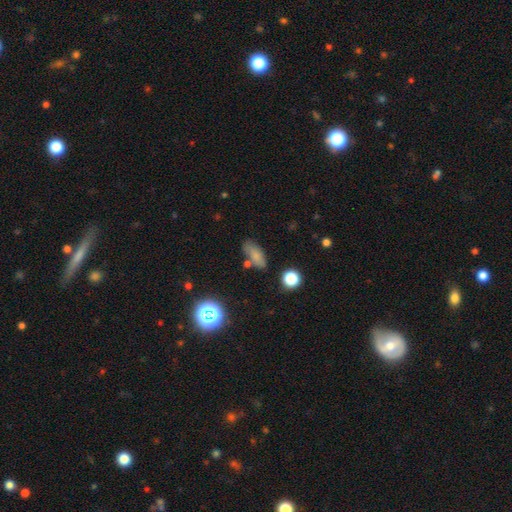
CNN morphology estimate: This is likely a smooth galaxy (76%). How rounded: clearly in between (80%). Merging: likely none (66%).